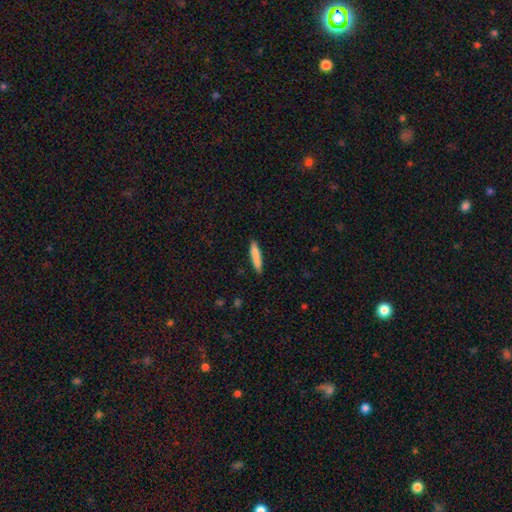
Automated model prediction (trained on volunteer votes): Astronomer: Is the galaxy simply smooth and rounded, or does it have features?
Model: smooth — 84%.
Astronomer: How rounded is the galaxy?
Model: cigar-shaped — 89%.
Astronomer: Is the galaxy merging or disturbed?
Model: none — 90%.